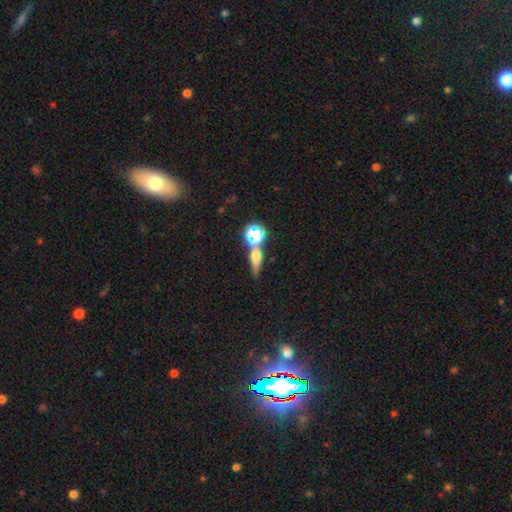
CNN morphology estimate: Smooth or featured?
  - smooth: 42% *
  - featured or disk: 32%
  - star or artifact: 26%
Merging?
  - none: 63% *
  - merger: 20%
  - minor disturbance: 11%
  - major disturbance: 6%